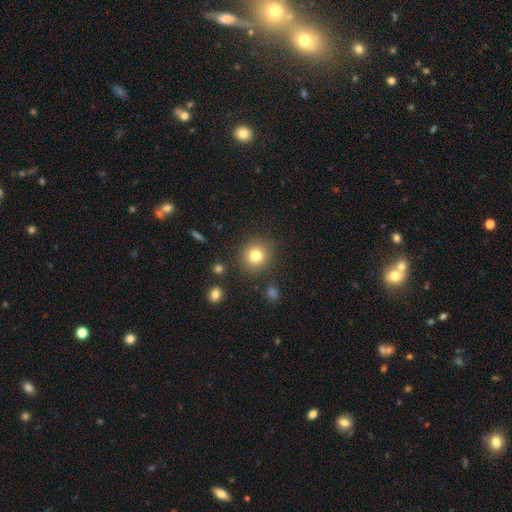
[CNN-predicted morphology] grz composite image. It shows a smooth galaxy with no disk features (80%) that is round (90%). Merging: none (87%).